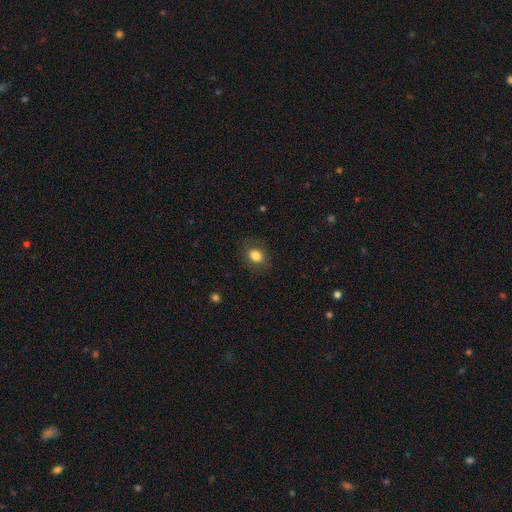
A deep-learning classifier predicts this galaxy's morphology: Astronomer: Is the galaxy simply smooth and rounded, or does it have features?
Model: smooth — 83%.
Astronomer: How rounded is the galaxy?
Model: round — 51% (runner-up: in between, 48%).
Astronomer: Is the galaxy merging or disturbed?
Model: none — 85%.